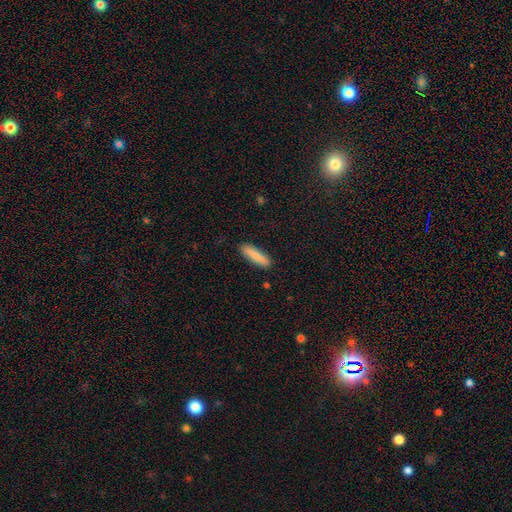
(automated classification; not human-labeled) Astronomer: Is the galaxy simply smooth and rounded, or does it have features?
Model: smooth — 84%.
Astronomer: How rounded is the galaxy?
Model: cigar-shaped — 73%.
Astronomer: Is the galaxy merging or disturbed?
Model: none — 89%.